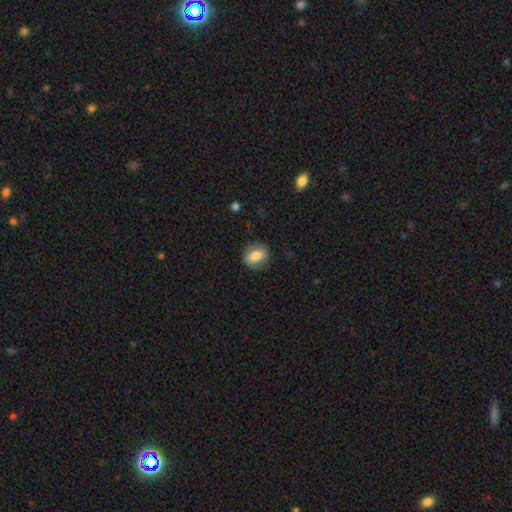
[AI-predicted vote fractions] A smooth galaxy with no disk features (77%) that is in between round and cigar-shaped (49%, tied with round).

Vote fractions:
- Smooth or featured? smooth: 77% / featured or disk: 15% / star or artifact: 8%
- How rounded? in between: 49% (tied) / round: 49% (tied) / cigar-shaped: 2%
- Merging? none: 82% / minor disturbance: 13% / major disturbance: 4% / merger: 1%